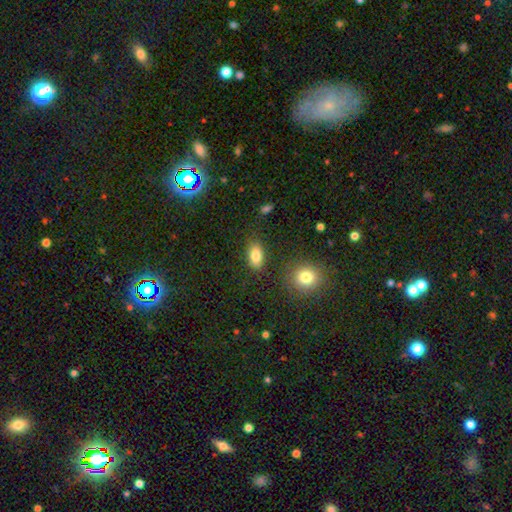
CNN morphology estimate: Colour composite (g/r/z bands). It shows a smooth galaxy with no disk features (83%) that is in between round and cigar-shaped (88%). Merging: none (83%).